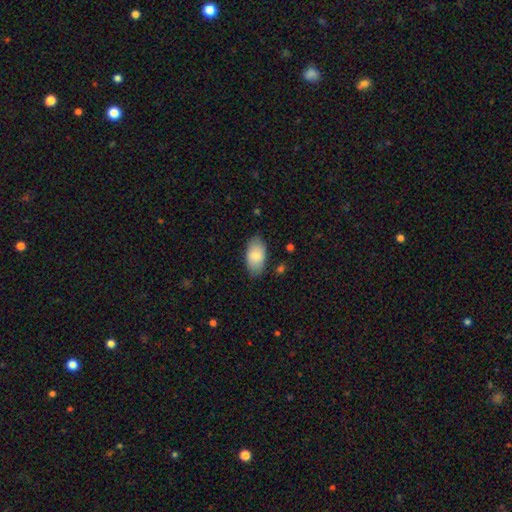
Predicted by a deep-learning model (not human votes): Smooth or featured? smooth (83%)
How rounded? in between (95%)
Merging? none (80%)